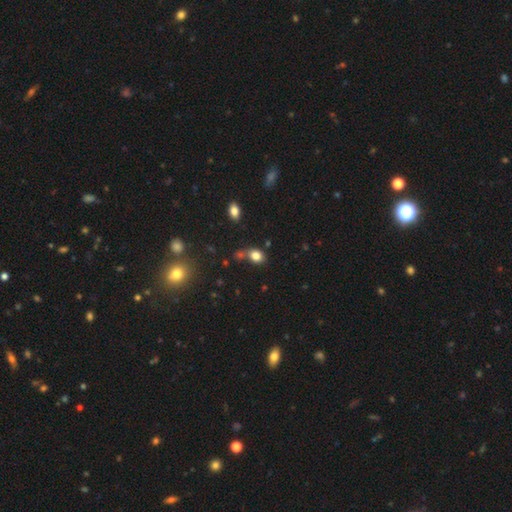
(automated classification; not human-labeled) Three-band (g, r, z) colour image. It shows a smooth galaxy with no disk features (81%) that is in between round and cigar-shaped (56%). Merging: none (58%).